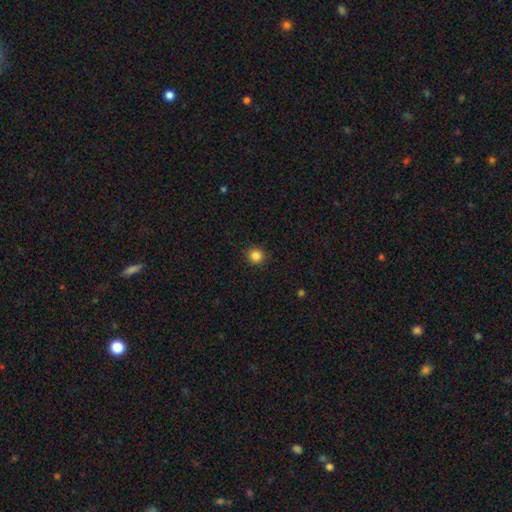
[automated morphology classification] Smooth or featured? Predicted: smooth (p=0.86). How rounded? Predicted: round (p=0.92). Merging? Predicted: none (p=0.91).